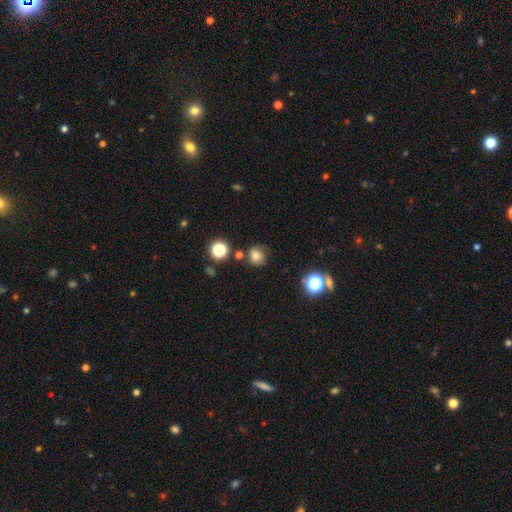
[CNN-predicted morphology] Smooth or featured? smooth (75%)
How rounded? round (84%)
Merging? none (72%)